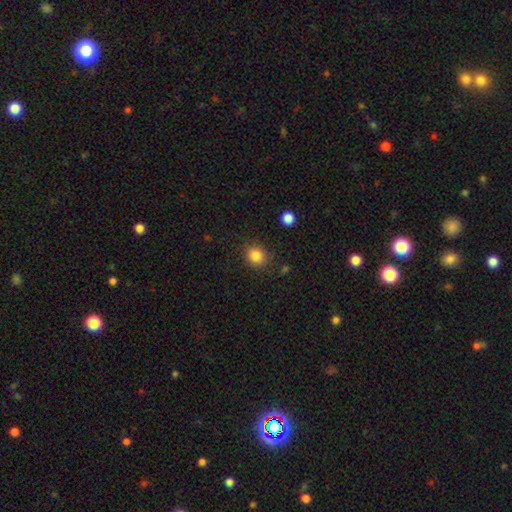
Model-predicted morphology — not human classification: Smooth or featured?
  - smooth: 85% *
  - star or artifact: 11%
  - featured or disk: 5%
How rounded?
  - round: 73% *
  - in between: 26%
  - cigar-shaped: 1%
Merging?
  - none: 86% *
  - minor disturbance: 9%
  - major disturbance: 3%
  - merger: 2%